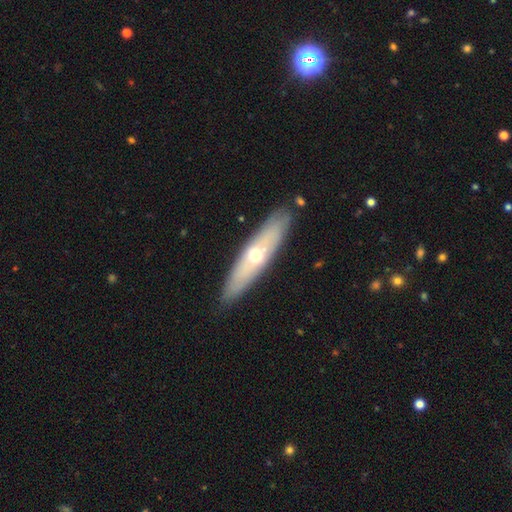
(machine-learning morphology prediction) The model was most divided on "smooth or featured": featured or disk: 49%, smooth: 45%, star or artifact: 6%. More confident: merging — none (86%).